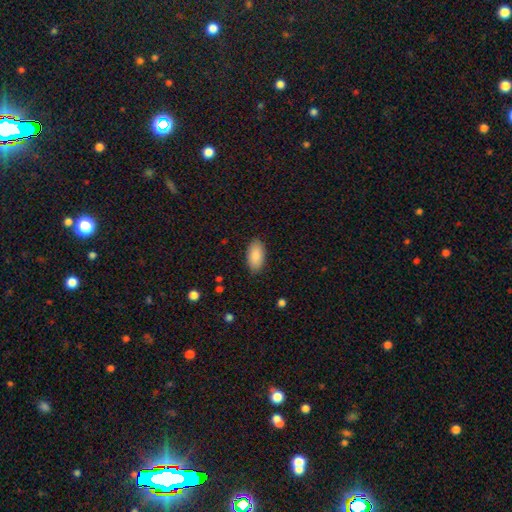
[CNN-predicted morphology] Overall: smooth (89%). How rounded: in between (94%). Merging: none (87%).